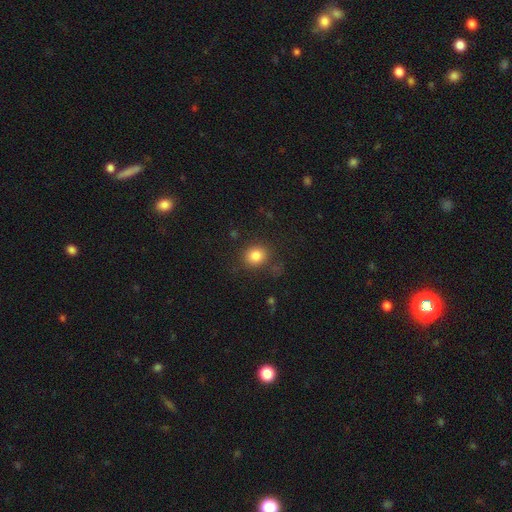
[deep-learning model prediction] A smooth galaxy with no disk features (83%) that is round (72%). Merging: none (79%).